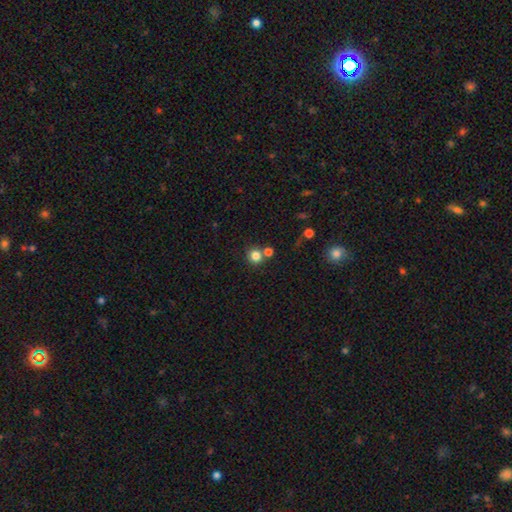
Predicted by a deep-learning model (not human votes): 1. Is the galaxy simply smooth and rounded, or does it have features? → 81% smooth, 12% star or artifact, 7% featured or disk.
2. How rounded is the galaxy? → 90% round, 9% in between, 1% cigar-shaped.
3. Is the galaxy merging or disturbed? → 68% none, 22% merger, 7% minor disturbance, 3% major disturbance.